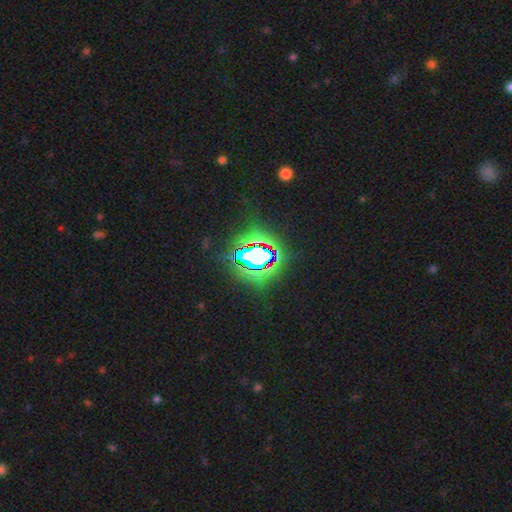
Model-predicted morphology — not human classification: Smooth or featured? star or artifact (74%)